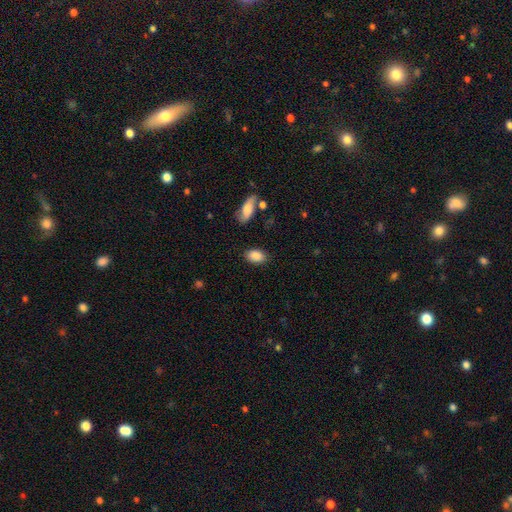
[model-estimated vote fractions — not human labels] smooth 88%, star or artifact 7%, featured or disk 5%. Down the decision tree: how rounded — in between (90%); merging — none (84%).